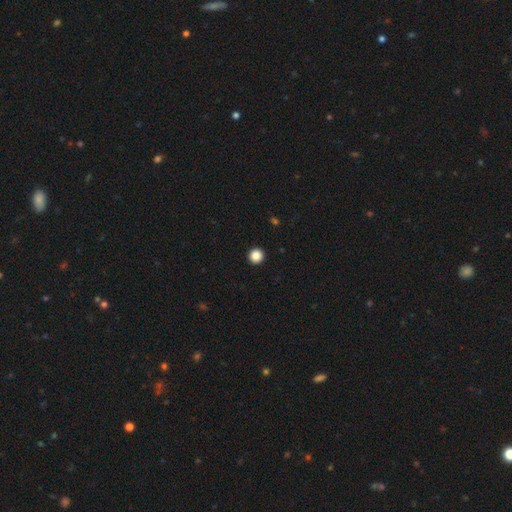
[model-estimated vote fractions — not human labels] Smooth or featured: smooth — 87% (star or artifact — 10%)
How rounded: round — 96% (in between — 3%)
Merging: none — 94% (minor disturbance — 3%)